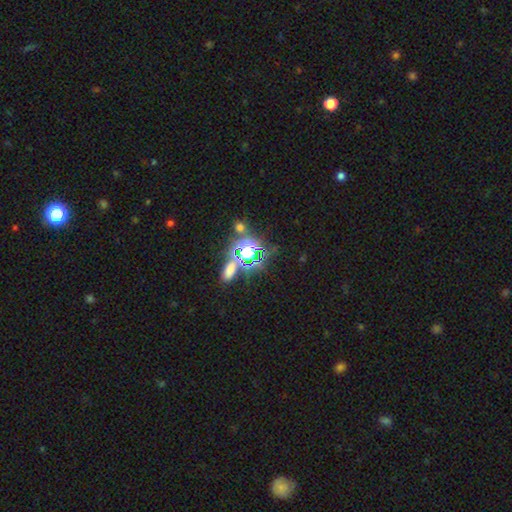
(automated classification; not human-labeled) Morphology: type=star or artifact (78%).